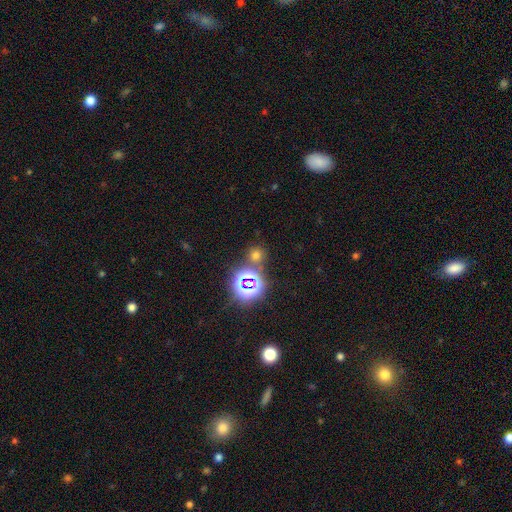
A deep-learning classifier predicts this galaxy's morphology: Q: Smooth or featured?
A: smooth (55%); runner-up: star or artifact (38%)
Q: How rounded?
A: round (88%); runner-up: in between (10%)
Q: Merging?
A: none (74%); runner-up: merger (14%)